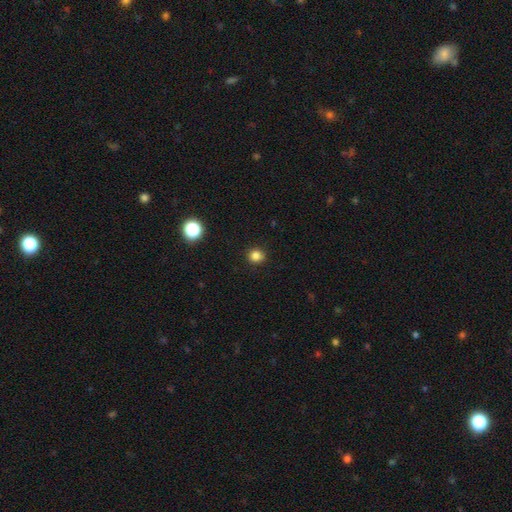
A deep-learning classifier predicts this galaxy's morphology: Smooth or featured? smooth (83%)
How rounded? round (88%)
Merging? none (91%)